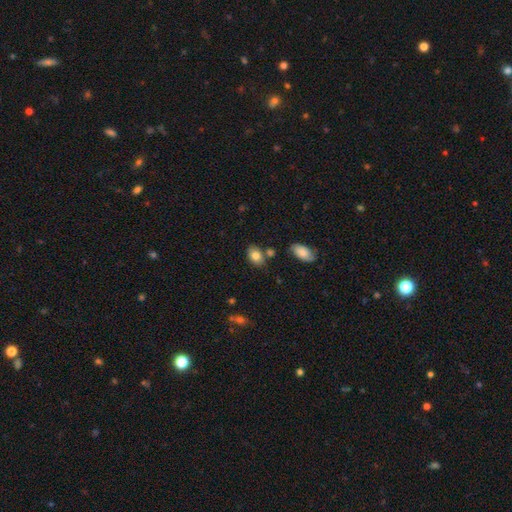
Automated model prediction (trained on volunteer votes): Smooth or featured: smooth — 80% (featured or disk — 12%)
How rounded: in between — 84% (round — 15%)
Merging: none — 73% (minor disturbance — 14%)